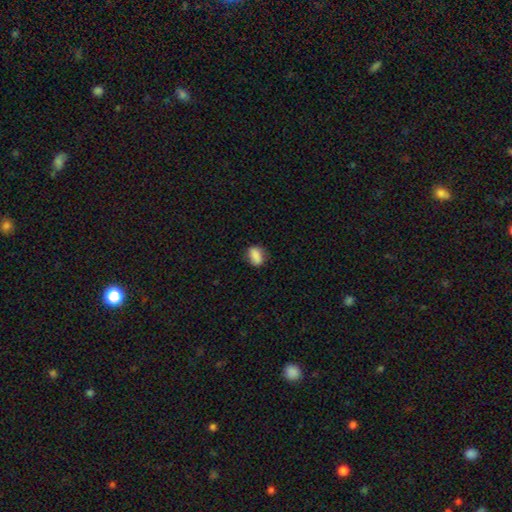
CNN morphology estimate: Smooth or featured?
  - smooth: 86% *
  - star or artifact: 8%
  - featured or disk: 6%
How rounded?
  - in between: 76% *
  - round: 21%
  - cigar-shaped: 3%
Merging?
  - none: 76% *
  - minor disturbance: 18%
  - major disturbance: 4%
  - merger: 1%